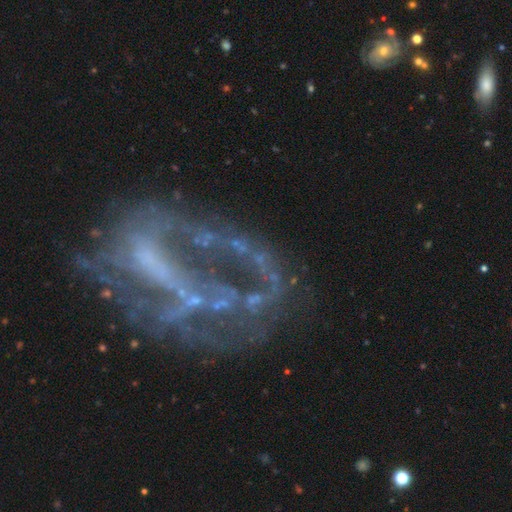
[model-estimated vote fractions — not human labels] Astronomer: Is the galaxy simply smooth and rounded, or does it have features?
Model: featured or disk — 75%.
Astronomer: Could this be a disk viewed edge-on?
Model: no — 96%.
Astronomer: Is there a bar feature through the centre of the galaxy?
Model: no — 49% (runner-up: weak, 29%).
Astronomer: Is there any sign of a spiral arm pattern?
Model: no — 53% (runner-up: yes, 47%).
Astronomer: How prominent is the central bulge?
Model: none — 62%.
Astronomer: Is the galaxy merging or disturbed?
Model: major disturbance — 40% (runner-up: none, 38%).